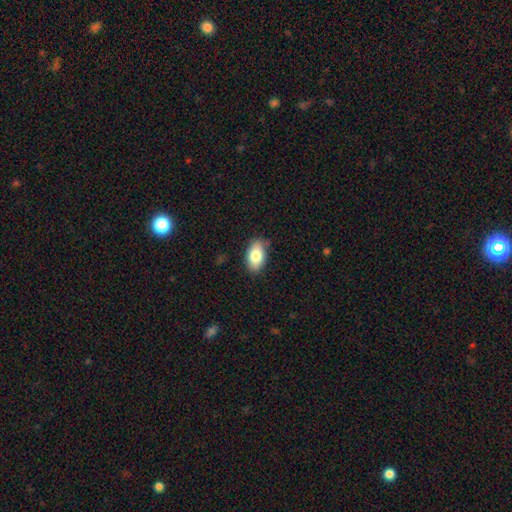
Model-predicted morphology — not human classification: Smooth or featured?
  - smooth: 82% *
  - featured or disk: 11%
  - star or artifact: 7%
How rounded?
  - in between: 92% *
  - round: 6%
  - cigar-shaped: 2%
Merging?
  - none: 81% *
  - minor disturbance: 15%
  - major disturbance: 3%
  - merger: 1%